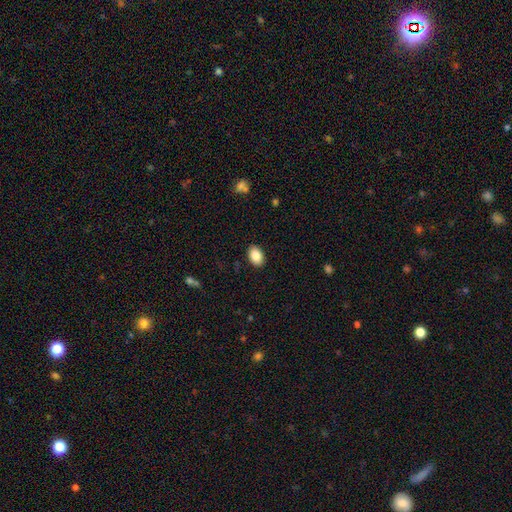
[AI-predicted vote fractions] smooth 87%, star or artifact 8%, featured or disk 6%. Down the decision tree: how rounded — in between (86%); merging — none (89%).